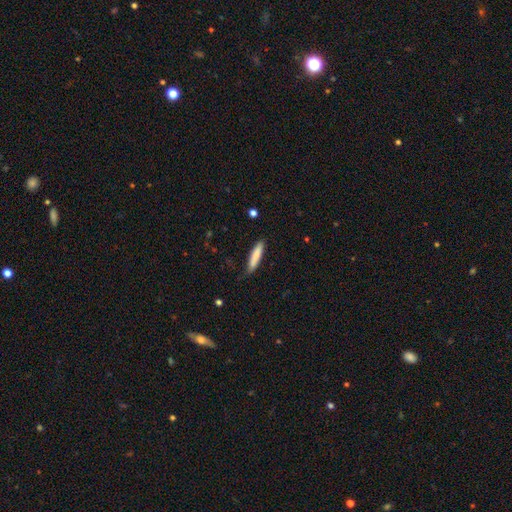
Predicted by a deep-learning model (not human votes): smooth_or_featured: smooth (p=0.83) [alt: featured or disk p=0.12]
how_rounded: cigar-shaped (p=0.85) [alt: in between p=0.14]
merging: none (p=0.77) [alt: minor disturbance p=0.19]